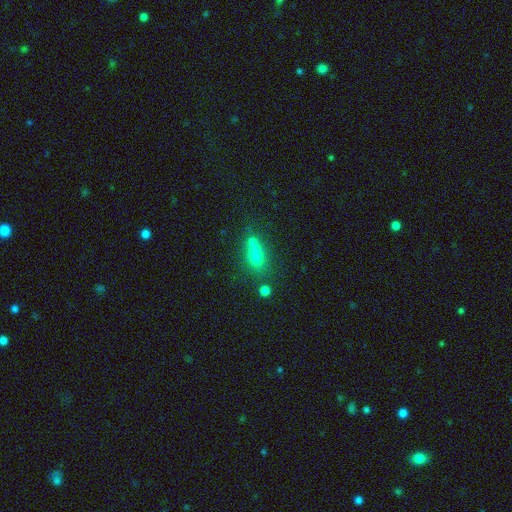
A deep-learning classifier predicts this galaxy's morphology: This is likely a smooth galaxy (62%). How rounded: possibly in between (46%). Merging: possibly merger (49%).